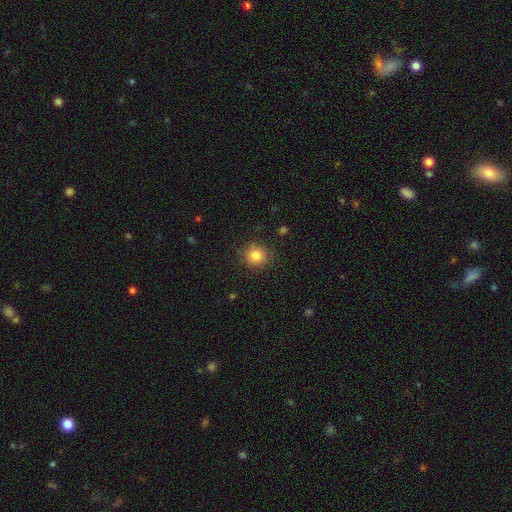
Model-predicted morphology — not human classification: Smooth or featured? smooth (84%)
How rounded? round (89%)
Merging? none (88%)